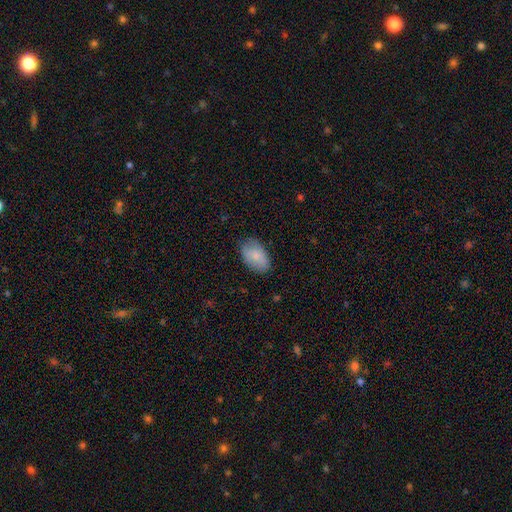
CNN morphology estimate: Smooth or featured: smooth — 81% (featured or disk — 13%)
How rounded: in between — 93% (round — 6%)
Merging: none — 80% (minor disturbance — 16%)